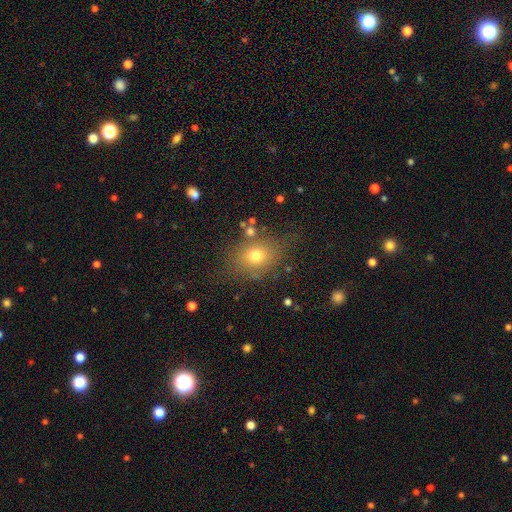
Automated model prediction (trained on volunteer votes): Q: Smooth or featured?
A: smooth (71%); runner-up: star or artifact (15%)
Q: How rounded?
A: in between (53%); runner-up: round (46%)
Q: Merging?
A: none (72%); runner-up: minor disturbance (16%)